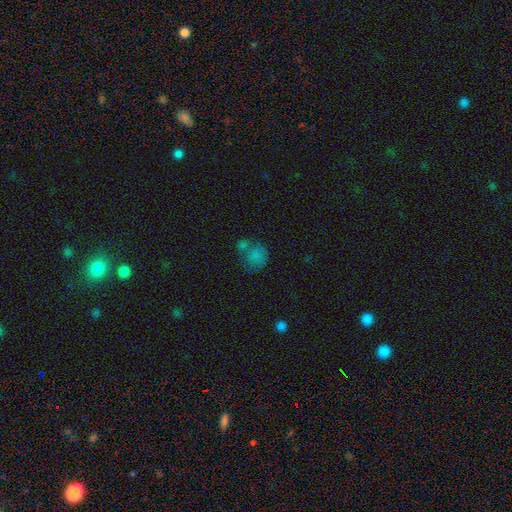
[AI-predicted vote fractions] smooth-or-featured: smooth: 74% | star or artifact: 14% | featured or disk: 12%
  how-rounded: round: 70% | in between: 29% | cigar-shaped: 1%
  merging: merger: 39% | none: 37% | minor disturbance: 15% | major disturbance: 9%